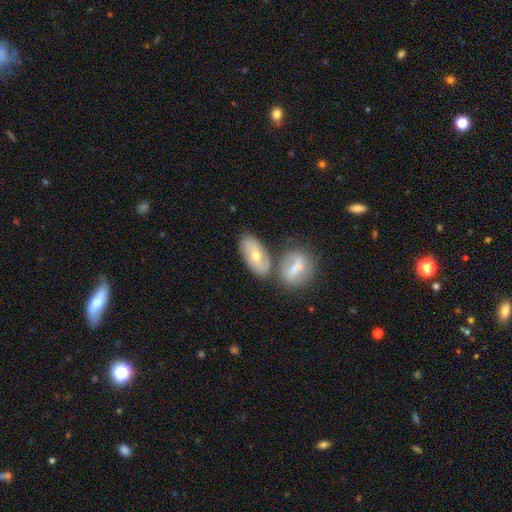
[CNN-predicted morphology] Smooth or featured? smooth (48%)
Merging? none (55%)